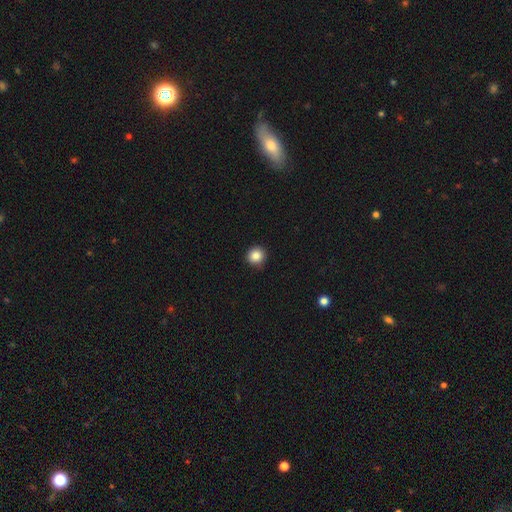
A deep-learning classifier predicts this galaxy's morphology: Q: Smooth or featured?
A: smooth (86%); runner-up: star or artifact (10%)
Q: How rounded?
A: round (93%); runner-up: in between (6%)
Q: Merging?
A: none (88%); runner-up: minor disturbance (9%)